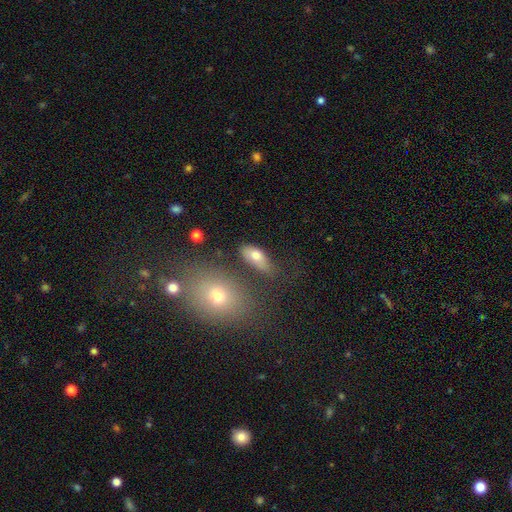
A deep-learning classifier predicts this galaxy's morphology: Q: Smooth or featured?
A: smooth (72%); runner-up: featured or disk (18%)
Q: How rounded?
A: in between (81%); runner-up: cigar-shaped (10%)
Q: Merging?
A: none (61%); runner-up: minor disturbance (19%)